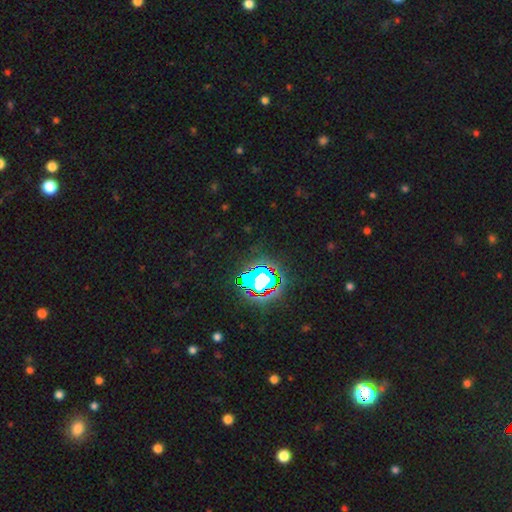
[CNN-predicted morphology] smooth_or_featured: star or artifact (p=0.80) [alt: smooth p=0.11]